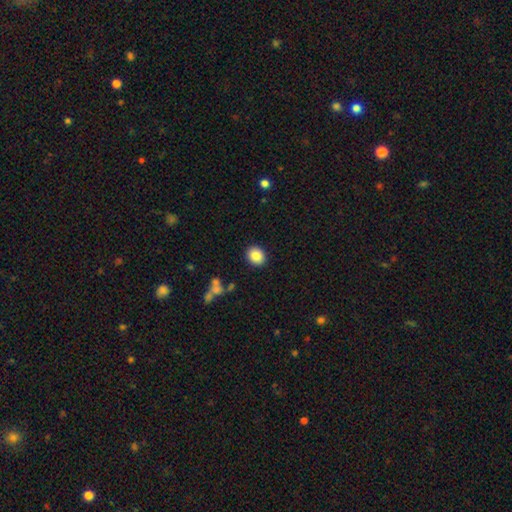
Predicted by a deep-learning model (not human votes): The model was most divided on "how rounded": round: 62%, in between: 37%, cigar-shaped: 1%. More confident: merging — none (90%); smooth or featured — smooth (85%).